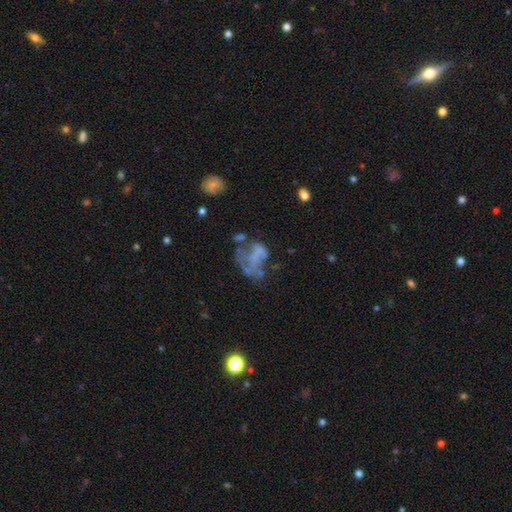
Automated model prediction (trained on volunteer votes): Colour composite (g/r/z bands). It shows a featured or disk galaxy (55%) with no bar (86%), no spiral arms (84%) and no central bulge (81%). Merging: major disturbance (44%).